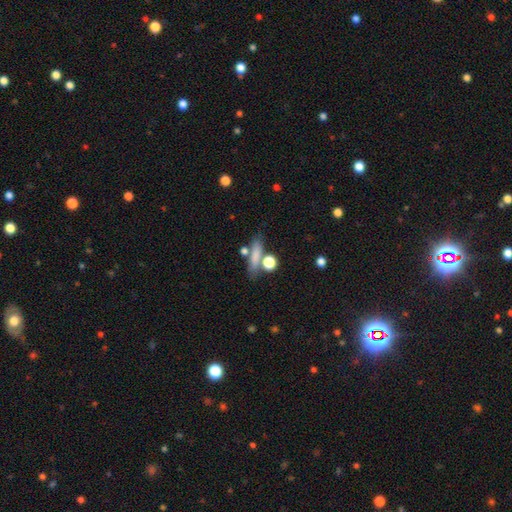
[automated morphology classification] Smooth or featured?
  - smooth: 74% *
  - featured or disk: 16%
  - star or artifact: 10%
How rounded?
  - cigar-shaped: 60% *
  - in between: 27%
  - round: 13%
Merging?
  - none: 65% *
  - merger: 16%
  - minor disturbance: 13%
  - major disturbance: 7%